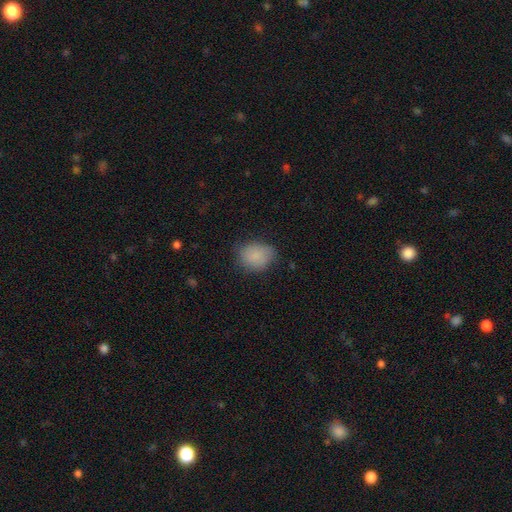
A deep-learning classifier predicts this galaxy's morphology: Overall: smooth (85%). How rounded: round (53%; in between 47%). Merging: none (70%).